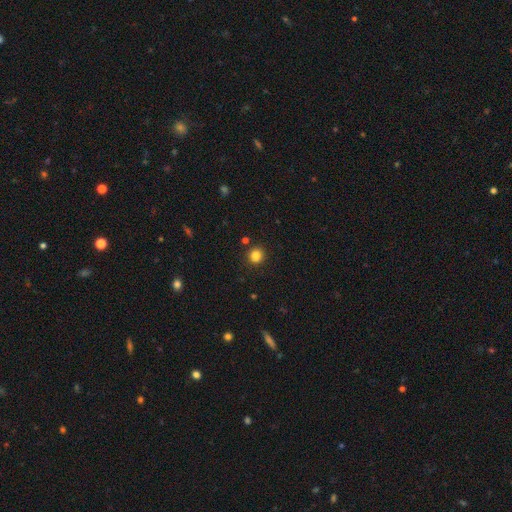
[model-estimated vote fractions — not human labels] smooth 83%, star or artifact 12%, featured or disk 5%. Down the decision tree: how rounded — round (92%); merging — none (89%).